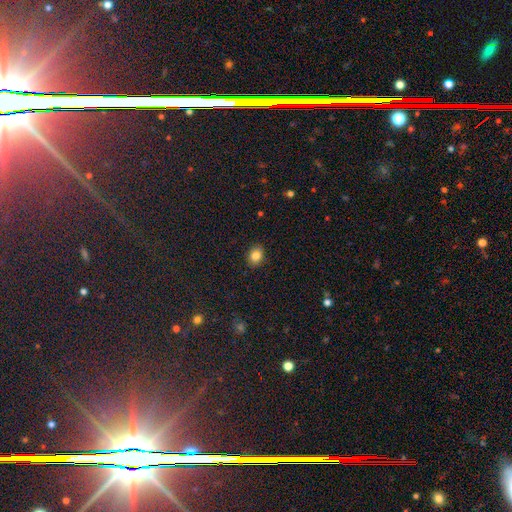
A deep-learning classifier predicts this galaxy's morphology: This is clearly a smooth galaxy (84%). How rounded: possibly in between (59%). Merging: clearly none (89%).